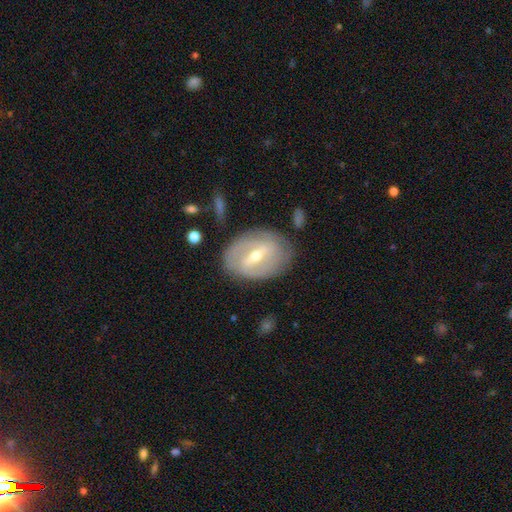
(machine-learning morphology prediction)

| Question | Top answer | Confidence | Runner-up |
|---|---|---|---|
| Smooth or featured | featured or disk | 75% | smooth (19%) |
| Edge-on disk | no | 93% | yes (7%) |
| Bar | strong | 48% | weak (41%) |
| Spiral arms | yes | 69% | no (31%) |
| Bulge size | moderate | 53% | small (43%) |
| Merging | none | 77% | minor disturbance (16%) |